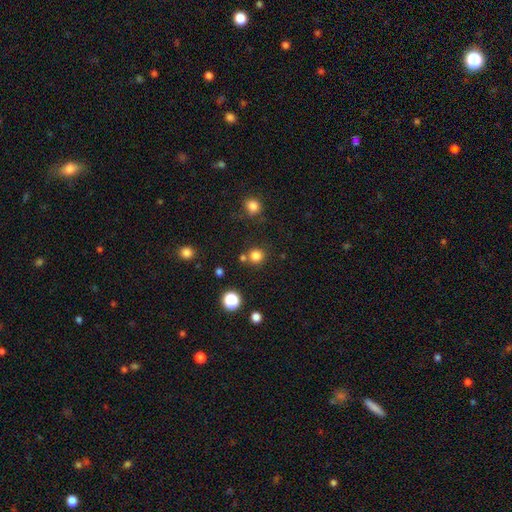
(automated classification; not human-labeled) This appears to be a smooth galaxy with no disk features (80%) that is round (92%). Merging: none (77%).